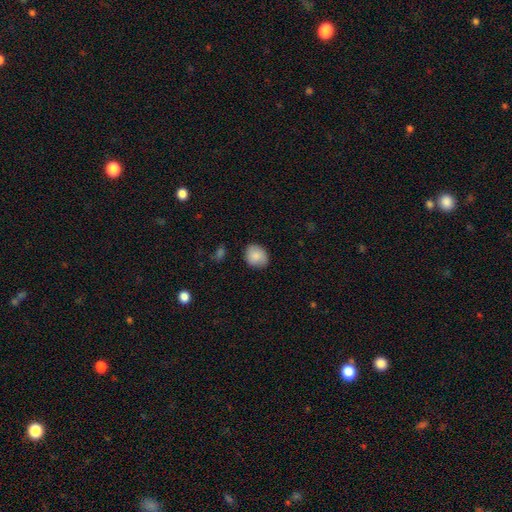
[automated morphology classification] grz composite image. It shows a smooth galaxy with no disk features (87%) that is round (57%). Merging: none (83%).